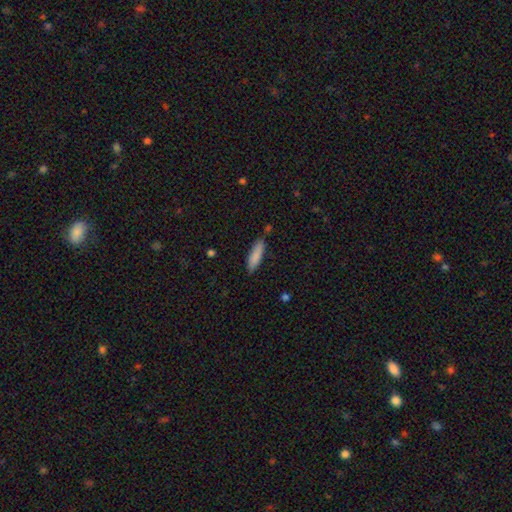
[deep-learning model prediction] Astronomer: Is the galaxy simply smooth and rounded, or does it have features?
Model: smooth — 85%.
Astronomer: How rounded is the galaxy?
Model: cigar-shaped — 60% (runner-up: in between, 39%).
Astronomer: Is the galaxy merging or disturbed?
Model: none — 82%.